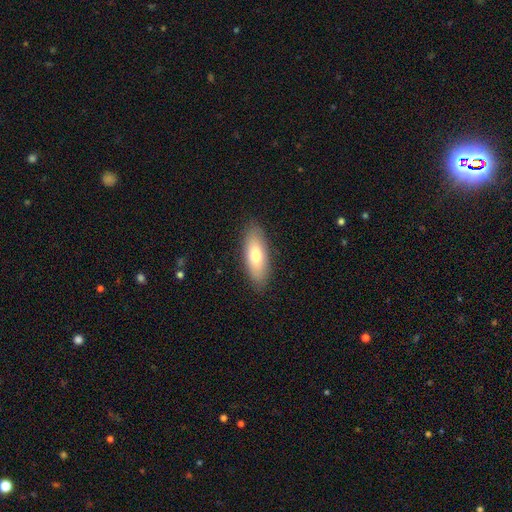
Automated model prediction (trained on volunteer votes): This appears to be a smooth galaxy with no disk features (73%) that is in between round and cigar-shaped (73%). Merging: none (87%).